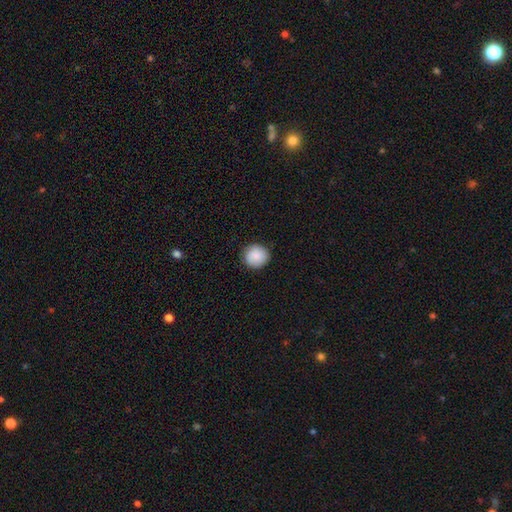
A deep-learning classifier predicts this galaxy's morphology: smooth 89%, star or artifact 7%, featured or disk 4%. Down the decision tree: how rounded — round (92%); merging — none (90%).